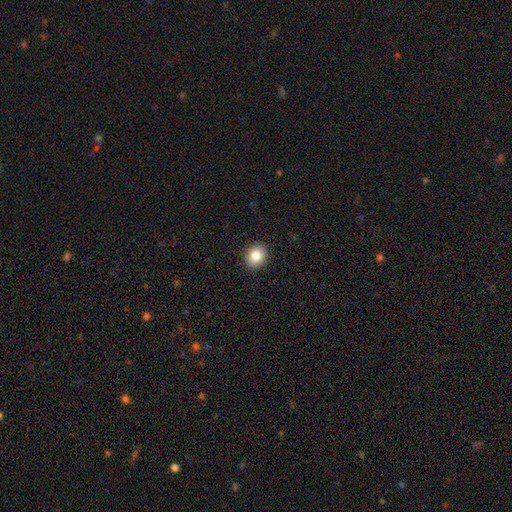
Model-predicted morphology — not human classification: smooth-or-featured: smooth: 85% | star or artifact: 9% | featured or disk: 6%
  how-rounded: round: 64% | in between: 35% | cigar-shaped: 1%
  merging: none: 91% | minor disturbance: 6% | major disturbance: 2% | merger: 1%